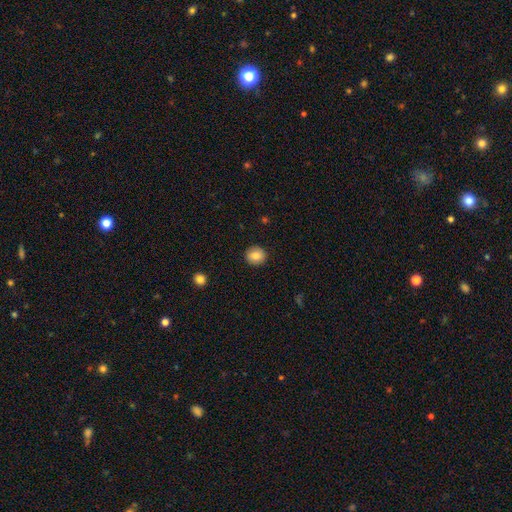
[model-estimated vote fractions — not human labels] This is clearly a smooth galaxy (84%). How rounded: clearly round (85%). Merging: clearly none (92%).